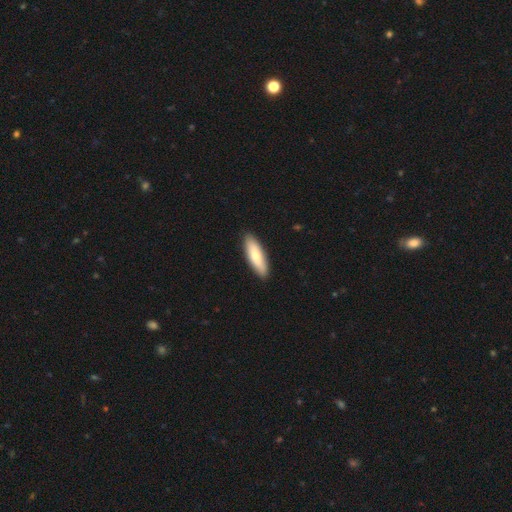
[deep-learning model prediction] smooth-or-featured: smooth: 74% | featured or disk: 21% | star or artifact: 5%
  how-rounded: cigar-shaped: 52% | in between: 47% | round: 2%
  merging: none: 90% | minor disturbance: 7% | major disturbance: 1% | merger: 1%